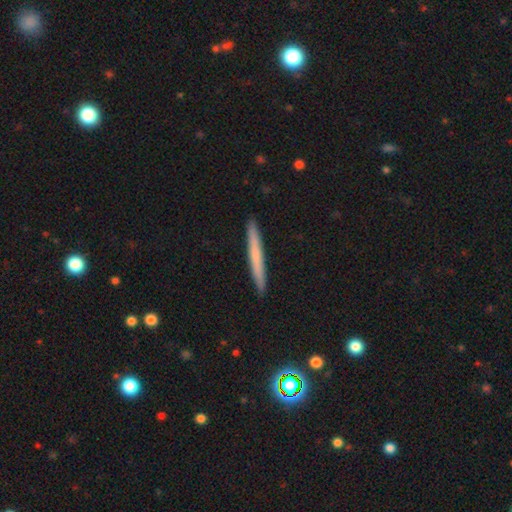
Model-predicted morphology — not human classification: This appears to be a smooth galaxy with no disk features (63%) that is cigar-shaped (97%). Merging: none (93%).